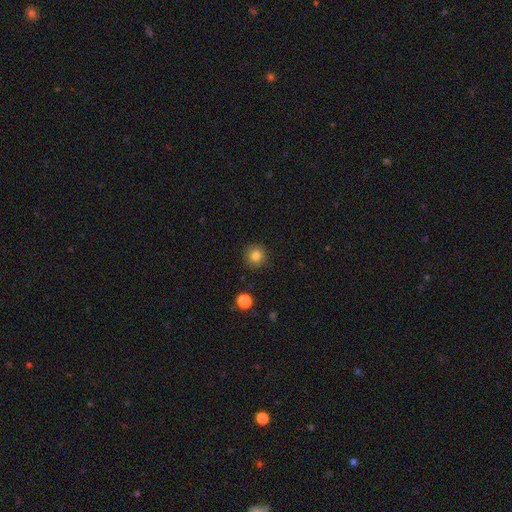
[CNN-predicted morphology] Smooth or featured?
  - smooth: 83% *
  - star or artifact: 11%
  - featured or disk: 6%
How rounded?
  - round: 94% *
  - in between: 5%
  - cigar-shaped: 1%
Merging?
  - none: 91% *
  - minor disturbance: 6%
  - major disturbance: 2%
  - merger: 1%